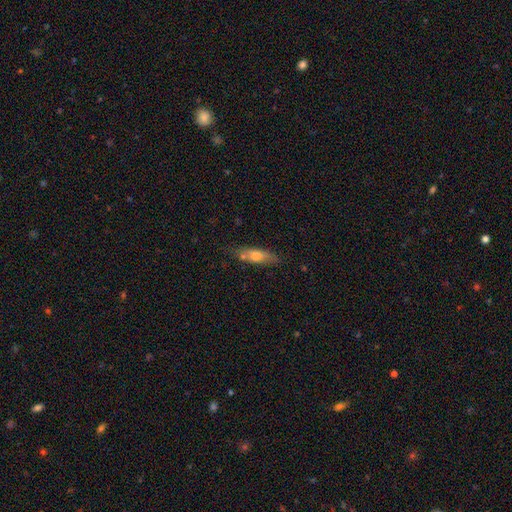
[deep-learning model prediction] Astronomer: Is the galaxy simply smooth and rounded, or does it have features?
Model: smooth — 62%.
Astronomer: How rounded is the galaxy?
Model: cigar-shaped — 56% (runner-up: in between, 41%).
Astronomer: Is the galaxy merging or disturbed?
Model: none — 66%.